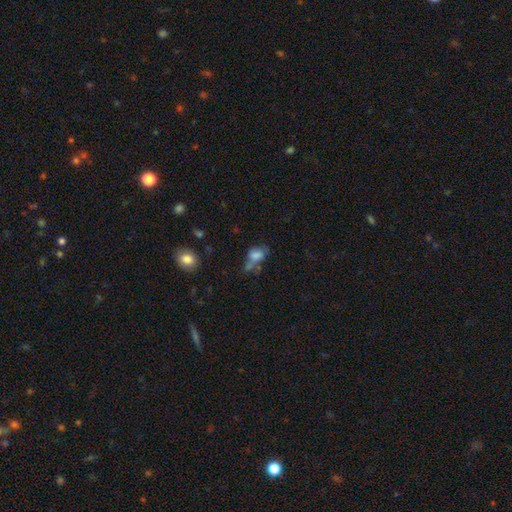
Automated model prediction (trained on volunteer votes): A smooth galaxy with no disk features (71%) that is in between round and cigar-shaped (75%).

Vote fractions:
- Smooth or featured? smooth: 71% / featured or disk: 17% / star or artifact: 12%
- How rounded? in between: 75% / round: 22% / cigar-shaped: 2%
- Merging? none: 29% / merger: 27% / minor disturbance: 24% / major disturbance: 20%